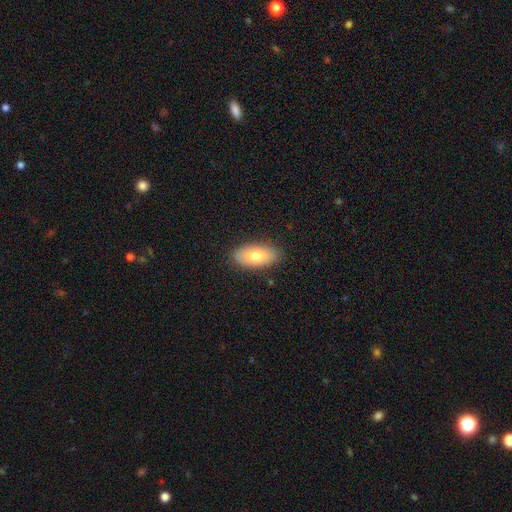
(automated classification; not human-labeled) Smooth or featured: smooth — 73% (featured or disk — 20%)
How rounded: in between — 90% (cigar-shaped — 6%)
Merging: none — 87% (minor disturbance — 10%)